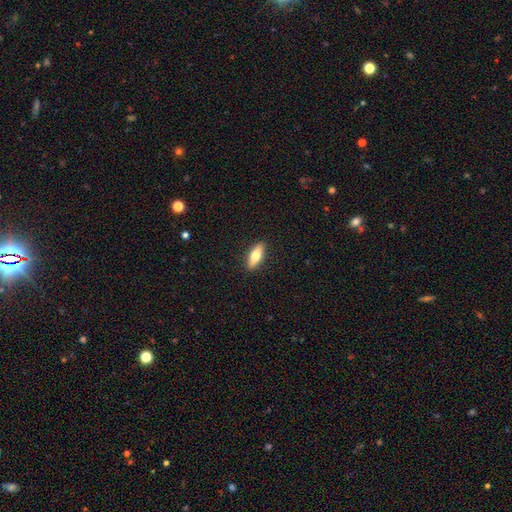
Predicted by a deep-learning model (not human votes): Smooth or featured? Predicted: smooth (p=0.63). How rounded? Predicted: in between (p=0.60). Merging? Predicted: none (p=0.90).